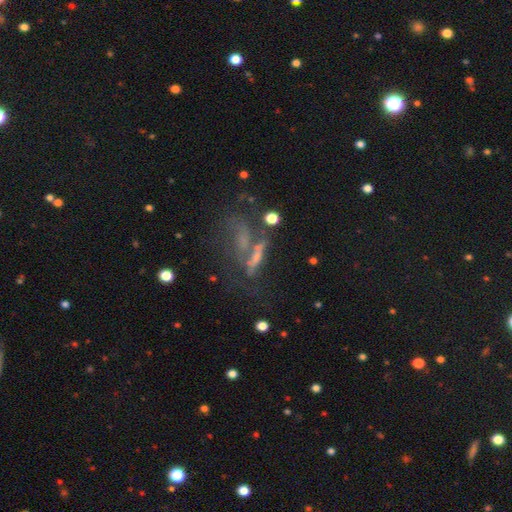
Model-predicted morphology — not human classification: type=featured or disk (48%); merging=none (35%).